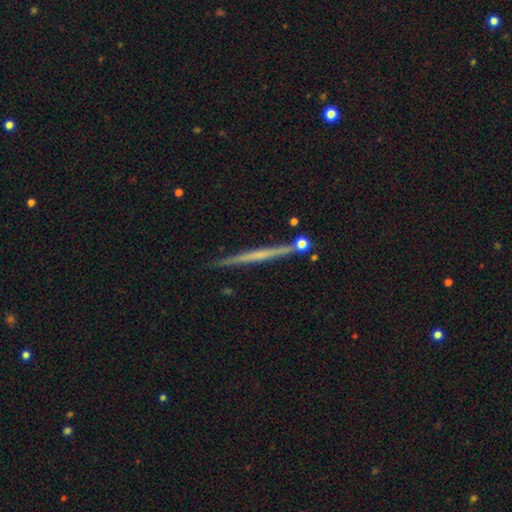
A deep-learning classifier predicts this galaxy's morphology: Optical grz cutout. It shows a featured or disk galaxy (60%) viewed edge-on (97%) with no central bulge (84%). Merging: none (85%).